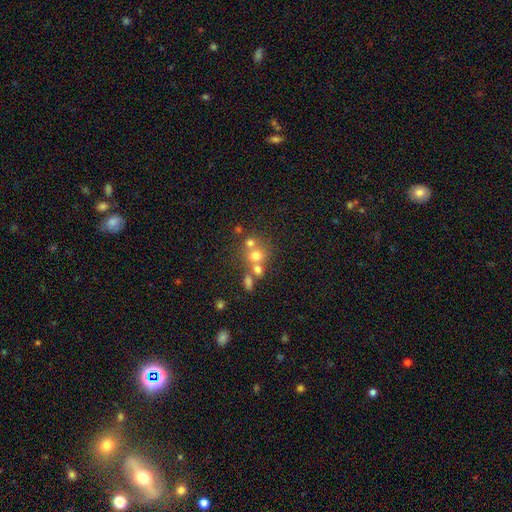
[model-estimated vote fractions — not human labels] The model was most divided on "merging": none: 44%, merger: 43%, minor disturbance: 8%, major disturbance: 5%. More confident: how rounded — round (80%); smooth or featured — smooth (63%).